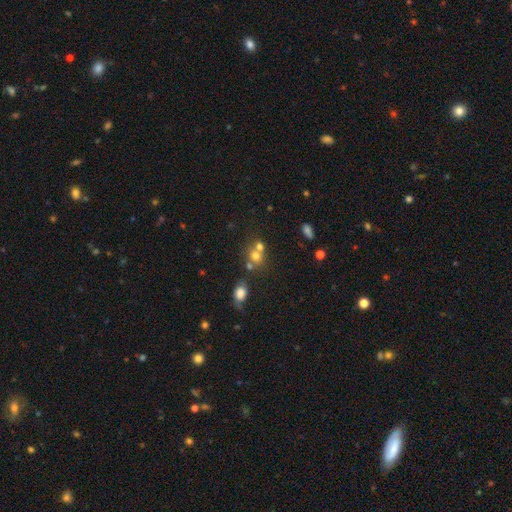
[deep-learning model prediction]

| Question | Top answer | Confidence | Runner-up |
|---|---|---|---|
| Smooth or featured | smooth | 67% | star or artifact (17%) |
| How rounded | round | 73% | in between (26%) |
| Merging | merger | 44% | none (42%) |